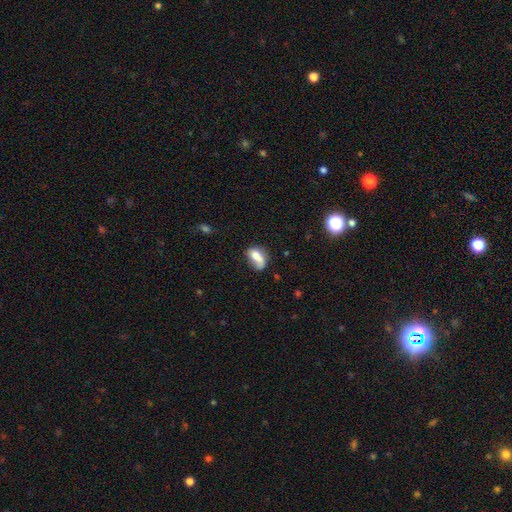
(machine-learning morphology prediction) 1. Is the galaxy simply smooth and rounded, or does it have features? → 65% smooth, 25% featured or disk, 9% star or artifact.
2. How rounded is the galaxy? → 81% in between, 14% round, 5% cigar-shaped.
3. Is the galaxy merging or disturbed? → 37% none, 29% minor disturbance, 21% major disturbance, 14% merger.